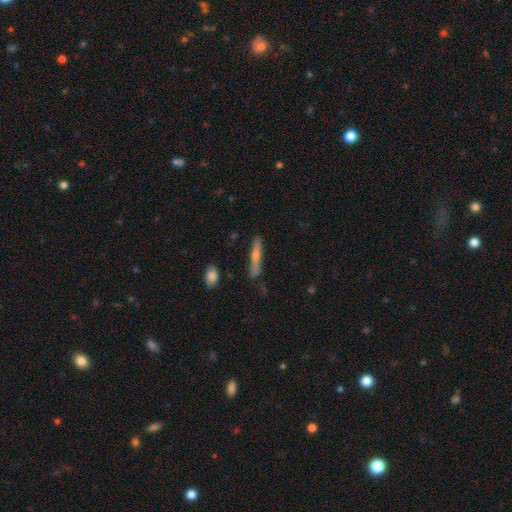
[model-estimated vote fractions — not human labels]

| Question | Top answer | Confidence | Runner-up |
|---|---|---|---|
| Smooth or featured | featured or disk | 51% | smooth (41%) |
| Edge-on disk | yes | 93% | no (7%) |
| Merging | none | 83% | minor disturbance (13%) |